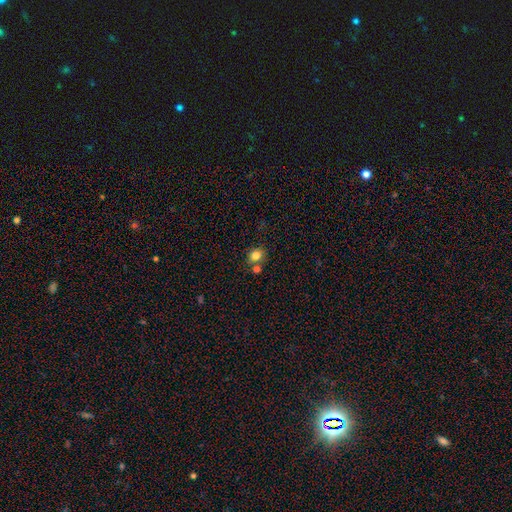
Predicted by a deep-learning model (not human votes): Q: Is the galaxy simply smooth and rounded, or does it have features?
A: smooth — 82%.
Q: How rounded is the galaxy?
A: round — 66%.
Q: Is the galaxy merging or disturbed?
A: none — 68%.